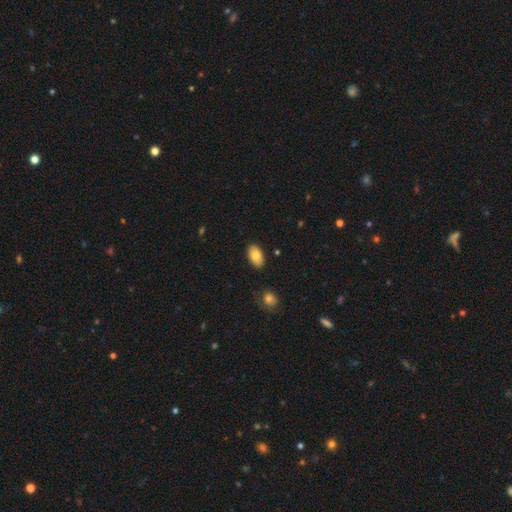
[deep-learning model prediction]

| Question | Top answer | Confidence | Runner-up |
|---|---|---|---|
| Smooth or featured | smooth | 82% | featured or disk (11%) |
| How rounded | in between | 95% | round (4%) |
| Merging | none | 87% | minor disturbance (9%) |